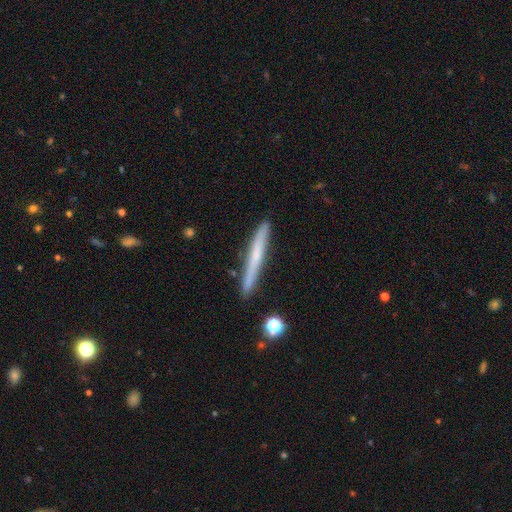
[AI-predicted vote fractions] The model was most divided on "smooth or featured": smooth: 50%, featured or disk: 43%, star or artifact: 6%. More confident: how rounded — cigar-shaped (96%); merging — none (87%).